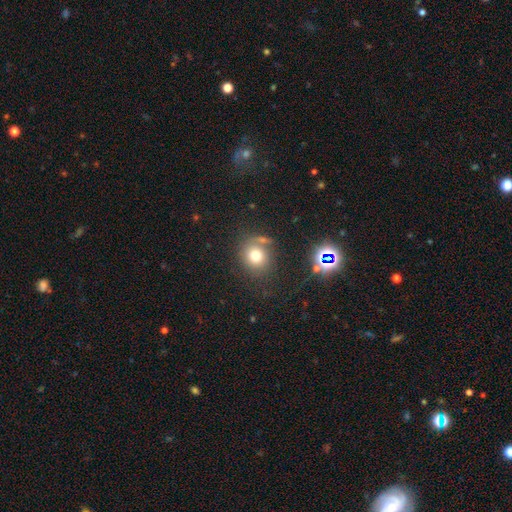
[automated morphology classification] smooth 72%, star or artifact 16%, featured or disk 12%. Down the decision tree: how rounded — round (83%); merging — none (67%).